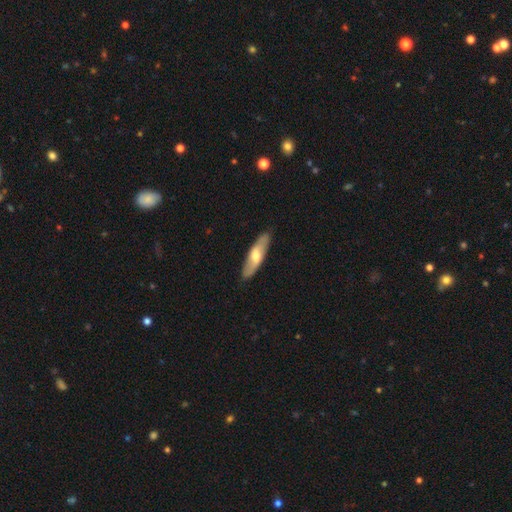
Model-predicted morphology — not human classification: smooth 54%, featured or disk 41%, star or artifact 5%. Down the decision tree: how rounded — cigar-shaped (61%); merging — none (87%).